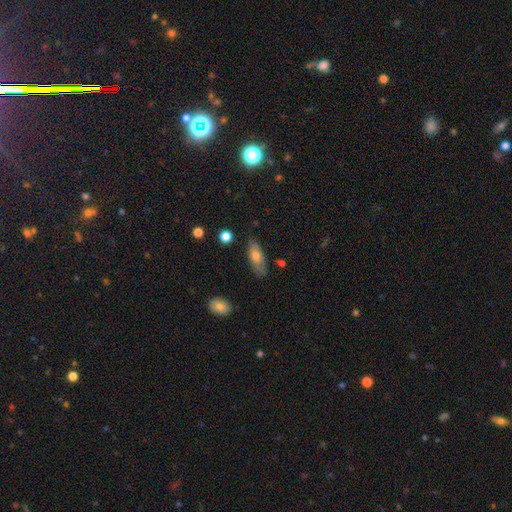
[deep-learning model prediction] Smooth or featured? smooth (68%)
How rounded? in between (75%)
Merging? none (76%)